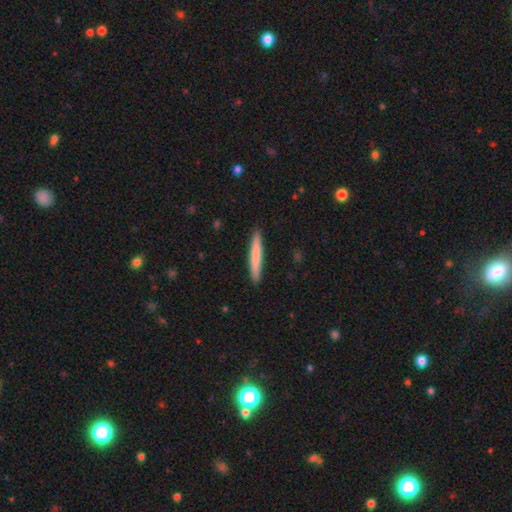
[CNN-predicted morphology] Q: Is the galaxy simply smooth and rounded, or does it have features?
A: smooth — 75%.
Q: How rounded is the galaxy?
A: cigar-shaped — 96%.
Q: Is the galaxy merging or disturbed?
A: none — 92%.